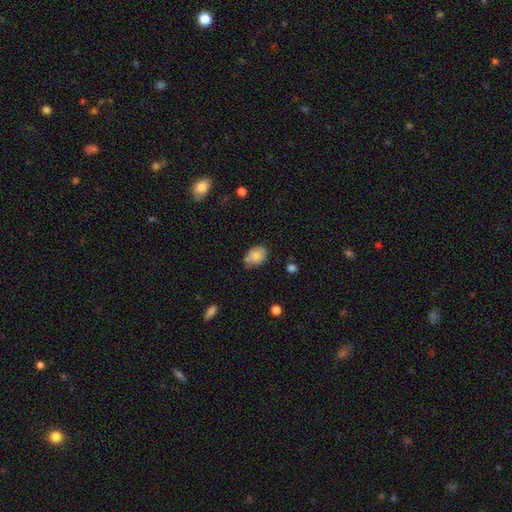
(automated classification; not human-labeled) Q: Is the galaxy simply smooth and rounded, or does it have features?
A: smooth — 81%.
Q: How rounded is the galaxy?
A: in between — 73%.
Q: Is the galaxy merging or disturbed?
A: none — 59%.